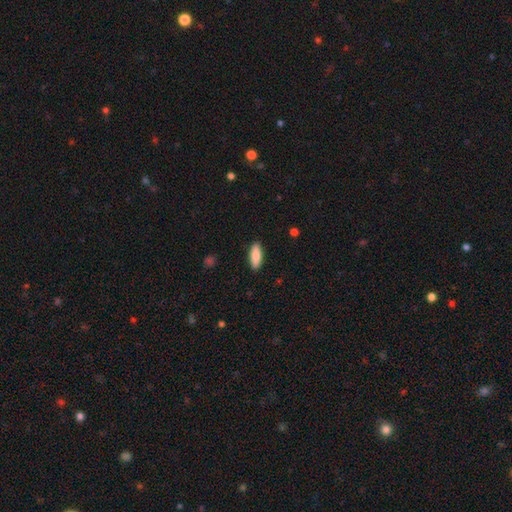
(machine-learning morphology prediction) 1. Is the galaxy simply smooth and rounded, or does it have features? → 84% smooth, 11% featured or disk, 6% star or artifact.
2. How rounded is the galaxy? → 64% in between, 34% cigar-shaped, 2% round.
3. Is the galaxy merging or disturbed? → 89% none, 8% minor disturbance, 2% major disturbance, 1% merger.